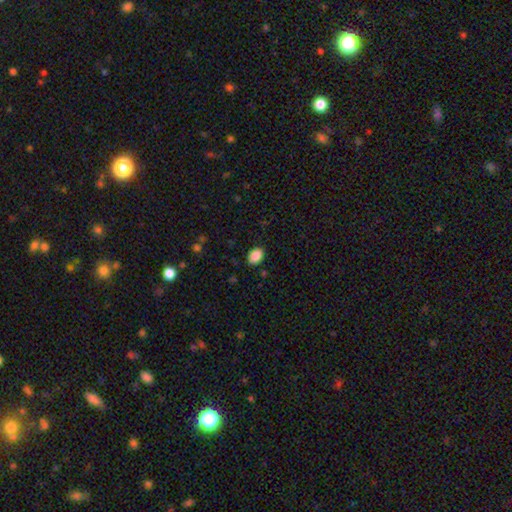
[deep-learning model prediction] This appears to be a smooth galaxy with no disk features (88%) that is in between round and cigar-shaped (78%). Merging: none (88%).